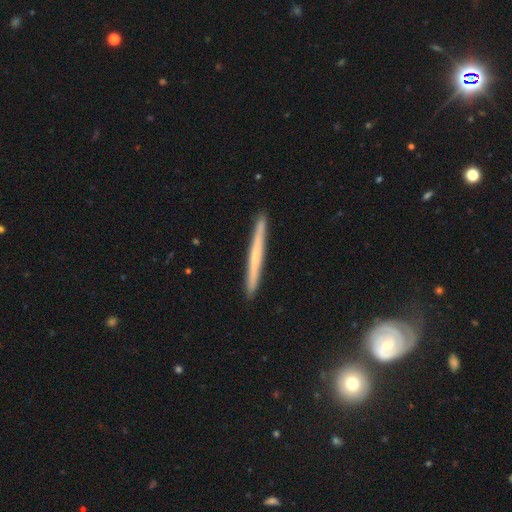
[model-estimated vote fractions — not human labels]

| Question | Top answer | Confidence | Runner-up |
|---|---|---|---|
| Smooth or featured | featured or disk | 48% | smooth (46%) |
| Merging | none | 92% | minor disturbance (6%) |